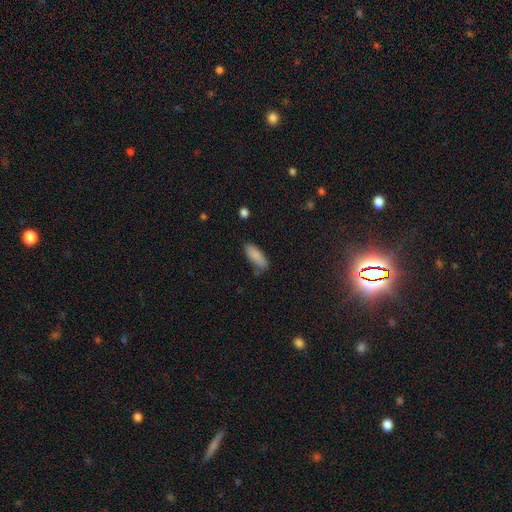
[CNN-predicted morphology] This appears to be a smooth galaxy with no disk features (87%) that is in between round and cigar-shaped (75%). Merging: none (69%).